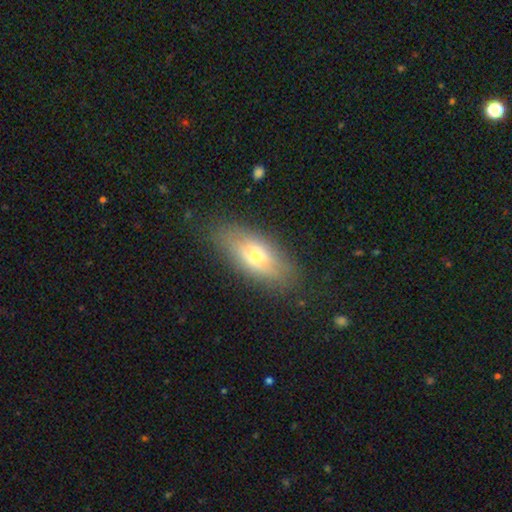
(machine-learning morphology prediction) A smooth galaxy with no disk features (62%) that is in between round and cigar-shaped (76%). Merging: none (82%).